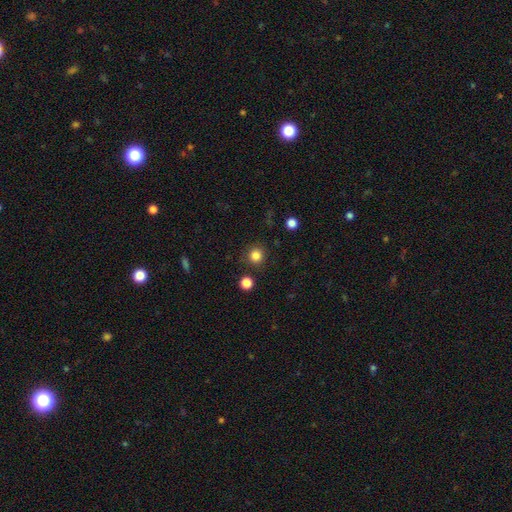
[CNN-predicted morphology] Smooth or featured? Predicted: smooth (p=0.83). How rounded? Predicted: round (p=0.94). Merging? Predicted: none (p=0.89).